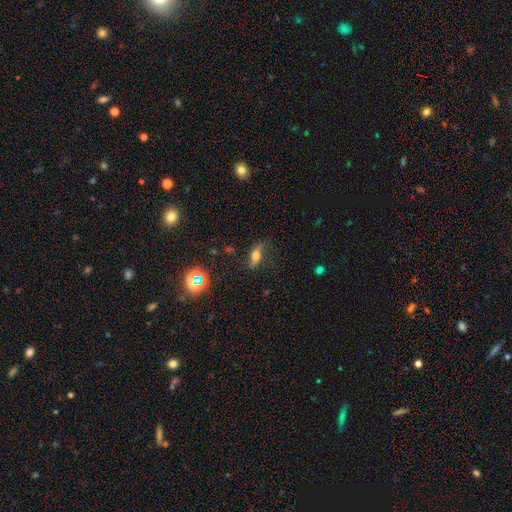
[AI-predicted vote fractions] Q: Smooth or featured?
A: smooth (50%); runner-up: featured or disk (35%)
Q: How rounded?
A: in between (63%); runner-up: cigar-shaped (28%)
Q: Merging?
A: none (68%); runner-up: minor disturbance (22%)